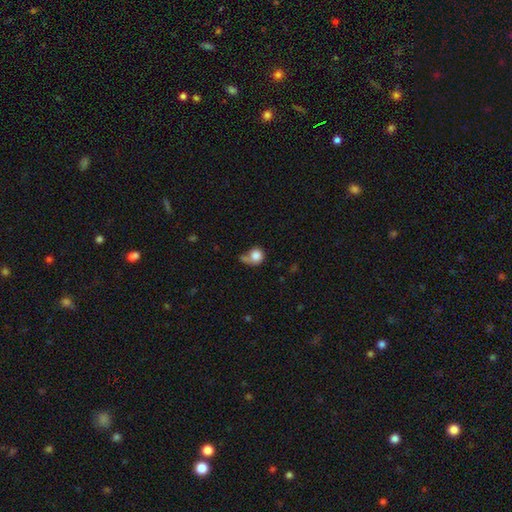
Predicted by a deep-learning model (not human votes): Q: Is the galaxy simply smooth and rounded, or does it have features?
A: smooth — 78%.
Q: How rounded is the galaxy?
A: round — 77%.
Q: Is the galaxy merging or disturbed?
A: none — 33%.